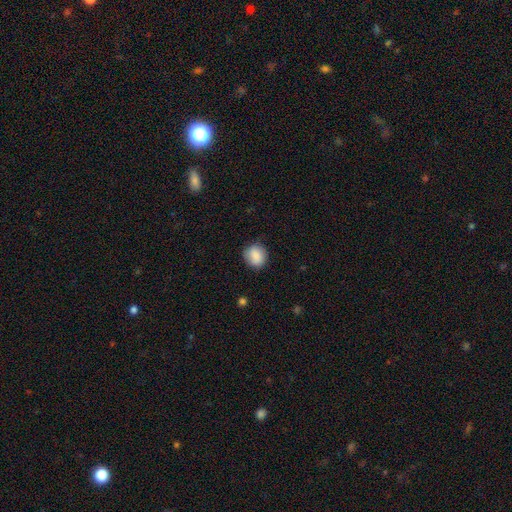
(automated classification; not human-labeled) The model was most divided on "how rounded": round: 69%, in between: 30%, cigar-shaped: 1%. More confident: smooth or featured — smooth (87%); merging — none (79%).